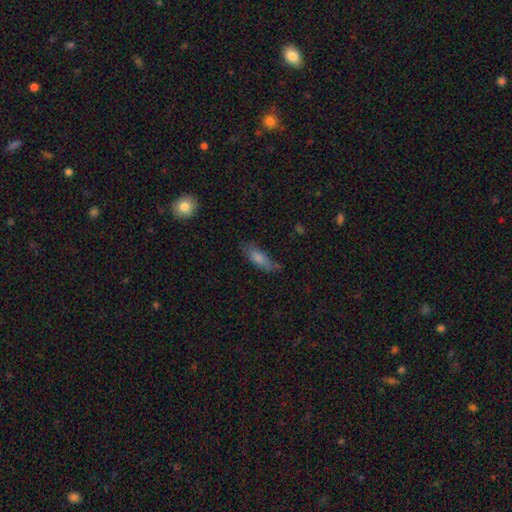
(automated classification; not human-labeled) smooth-or-featured: smooth: 68% | featured or disk: 21% | star or artifact: 11%
  how-rounded: in between: 56% | cigar-shaped: 41% | round: 3%
  merging: none: 63% | minor disturbance: 26% | major disturbance: 8% | merger: 3%